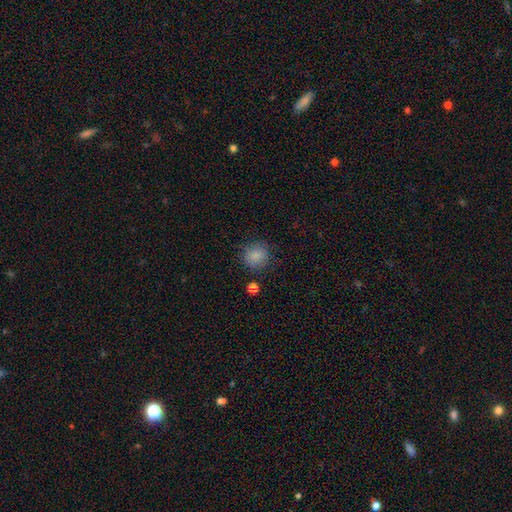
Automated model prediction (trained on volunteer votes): This is clearly a smooth galaxy (84%). How rounded: clearly round (82%). Merging: likely none (80%).